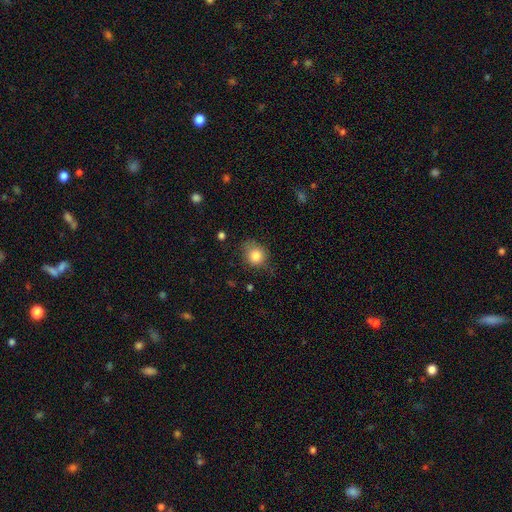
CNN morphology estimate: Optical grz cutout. It shows a smooth galaxy with no disk features (83%) that is round (78%). Merging: none (68%).